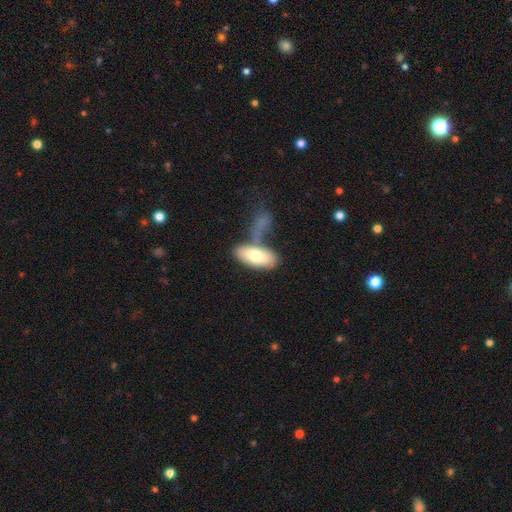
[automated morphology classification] smooth-or-featured: smooth: 74% | featured or disk: 20% | star or artifact: 6%
  how-rounded: in between: 89% | cigar-shaped: 9% | round: 2%
  merging: none: 40% | merger: 32% | minor disturbance: 16% | major disturbance: 12%